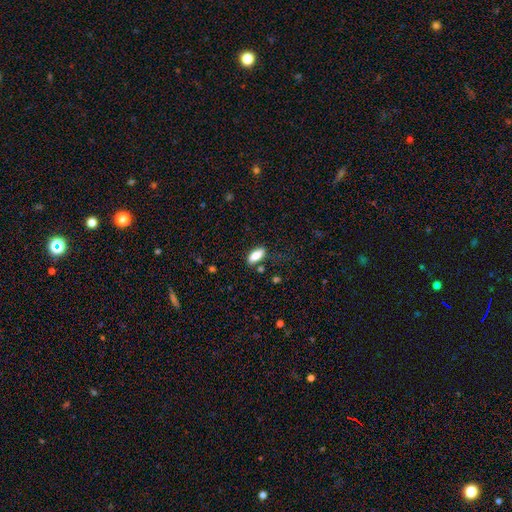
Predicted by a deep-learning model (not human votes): This appears to be a smooth galaxy with no disk features (82%) that is in between round and cigar-shaped (81%). Merging: none (77%).